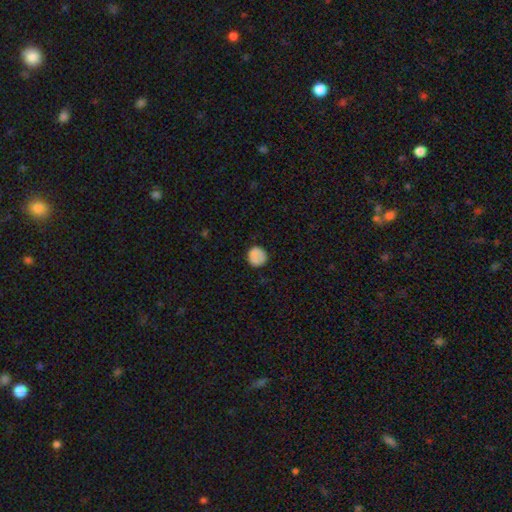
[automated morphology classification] Q: Smooth or featured?
A: smooth (83%); runner-up: featured or disk (9%)
Q: How rounded?
A: round (89%); runner-up: in between (10%)
Q: Merging?
A: none (83%); runner-up: minor disturbance (12%)